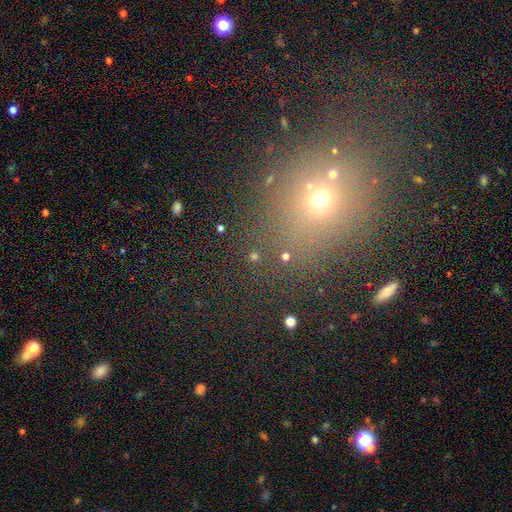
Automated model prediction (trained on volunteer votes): Smooth or featured?
  - star or artifact: 46% *
  - smooth: 43%
  - featured or disk: 10%